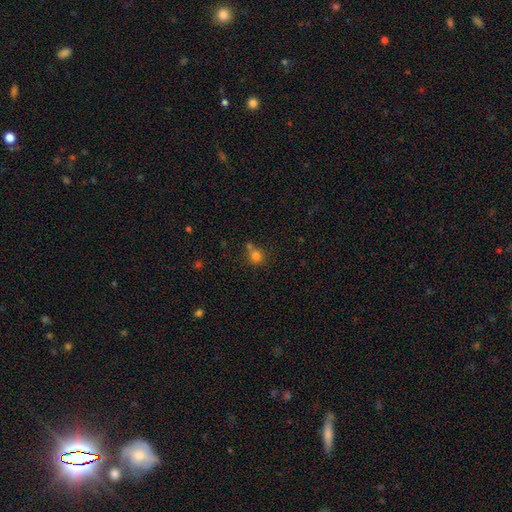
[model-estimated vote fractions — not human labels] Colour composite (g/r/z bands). It shows a smooth galaxy with no disk features (78%) that is round (81%). Merging: none (52%).